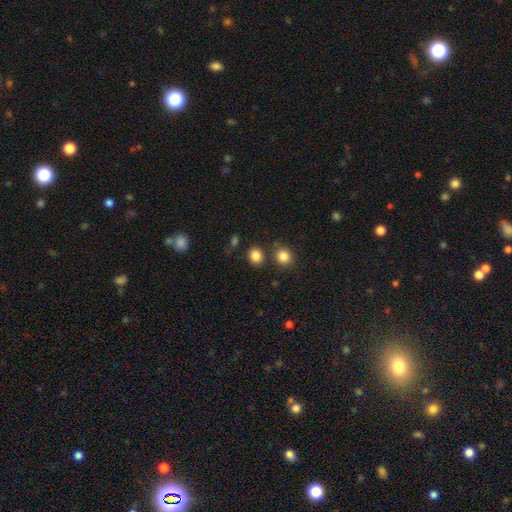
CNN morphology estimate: type=smooth (84%); roundness=round (75%); merging=none (79%).